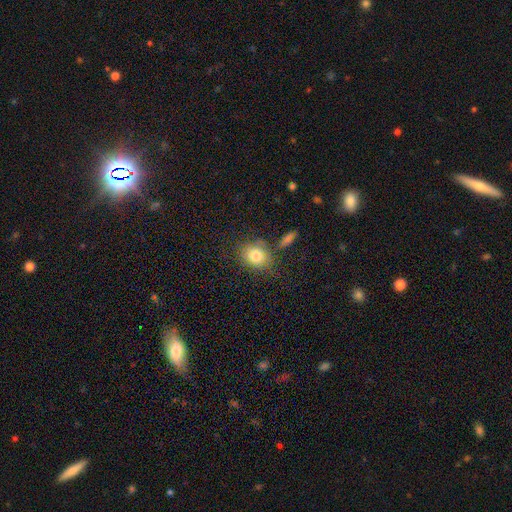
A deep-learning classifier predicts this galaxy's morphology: smooth_or_featured: smooth (p=0.82) [alt: star or artifact p=0.09]
how_rounded: round (p=0.56) [alt: in between p=0.43]
merging: none (p=0.71) [alt: minor disturbance p=0.16]